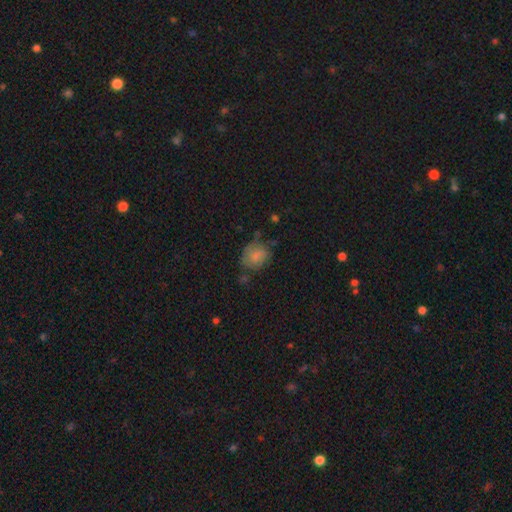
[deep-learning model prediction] This appears to be a smooth galaxy with no disk features (68%) that is in between round and cigar-shaped (55%). Merging: none (52%).